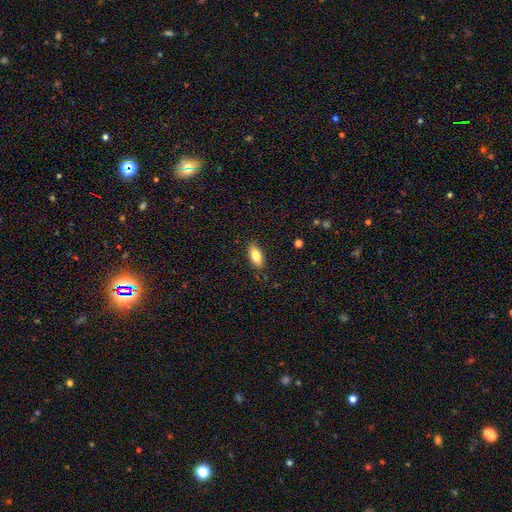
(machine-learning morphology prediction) A smooth galaxy with no disk features (81%) that is in between round and cigar-shaped (87%). Merging: none (86%).